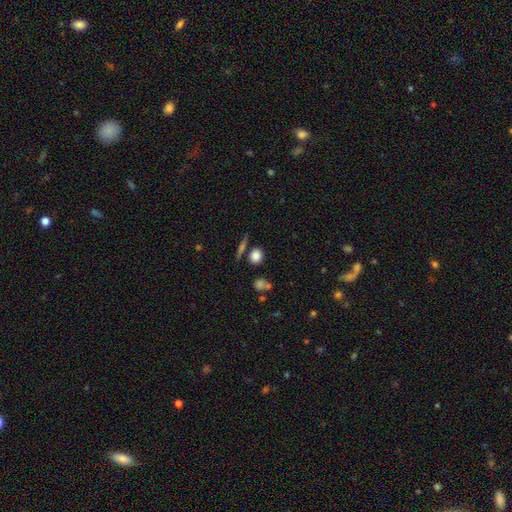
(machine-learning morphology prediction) smooth-or-featured: smooth: 81% | star or artifact: 11% | featured or disk: 8%
  how-rounded: round: 68% | in between: 29% | cigar-shaped: 3%
  merging: none: 73% | merger: 12% | minor disturbance: 11% | major disturbance: 4%